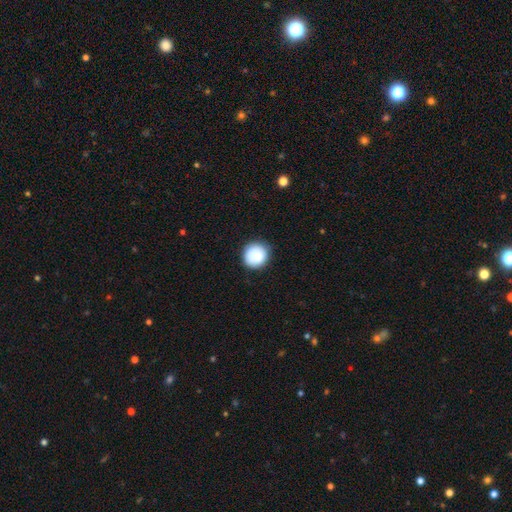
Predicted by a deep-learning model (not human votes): Smooth or featured? Predicted: smooth (p=0.84). How rounded? Predicted: round (p=0.91). Merging? Predicted: none (p=0.83).